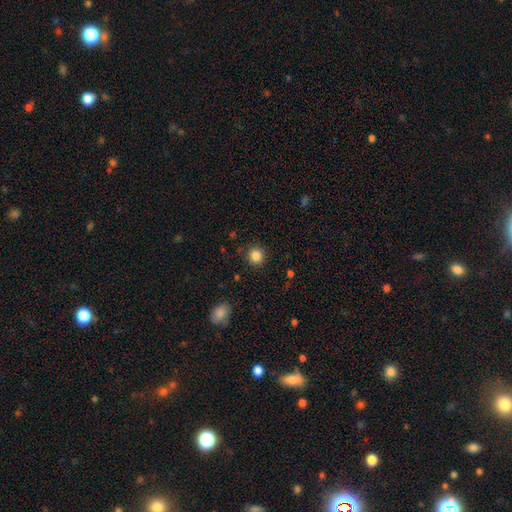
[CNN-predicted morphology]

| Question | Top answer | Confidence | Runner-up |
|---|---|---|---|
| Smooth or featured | smooth | 85% | star or artifact (11%) |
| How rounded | round | 90% | in between (9%) |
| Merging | none | 90% | minor disturbance (7%) |